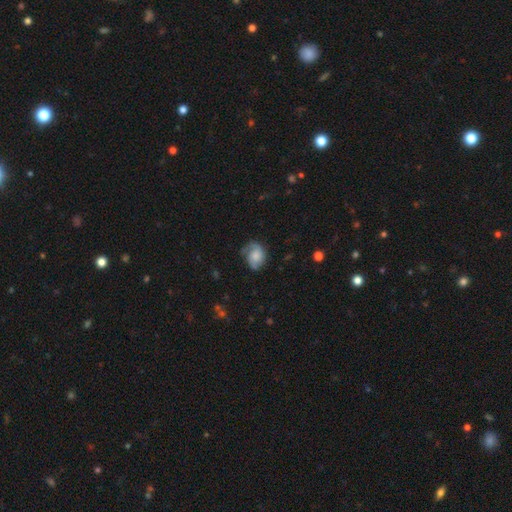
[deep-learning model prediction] The model was most divided on "smooth or featured": featured or disk: 51%, smooth: 41%, star or artifact: 8%. More confident: edge-on disk — no (97%); merging — none (57%).